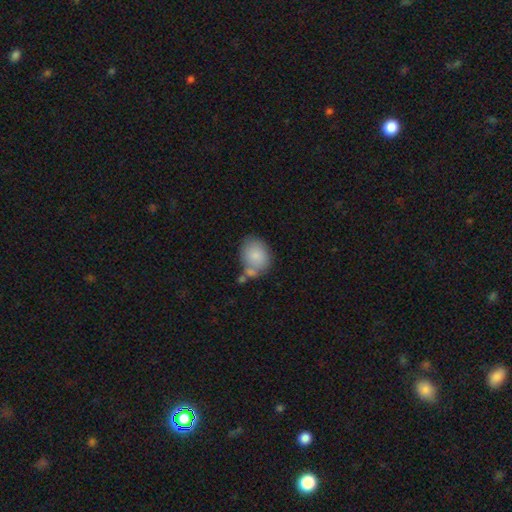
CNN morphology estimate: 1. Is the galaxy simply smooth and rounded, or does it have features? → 83% smooth, 10% featured or disk, 7% star or artifact.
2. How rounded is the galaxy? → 58% in between, 41% round, 1% cigar-shaped.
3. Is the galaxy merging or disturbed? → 52% none, 21% merger, 20% minor disturbance, 7% major disturbance.